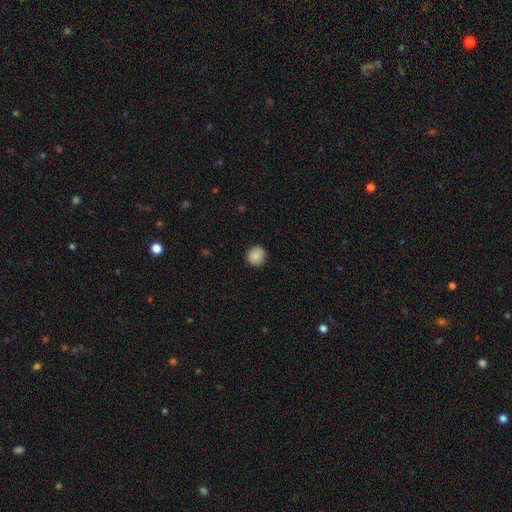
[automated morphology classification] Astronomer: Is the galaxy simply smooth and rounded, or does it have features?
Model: smooth — 89%.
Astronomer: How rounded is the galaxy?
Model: round — 91%.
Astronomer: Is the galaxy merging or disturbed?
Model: none — 91%.